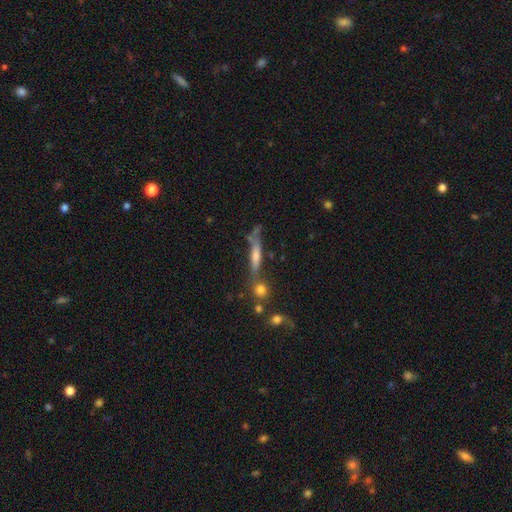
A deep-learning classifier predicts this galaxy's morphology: A featured or disk galaxy (58%) viewed edge-on (80%).

Vote fractions:
- Smooth or featured? featured or disk: 58% / smooth: 25% / star or artifact: 17%
- Edge-on disk? yes: 80% / no: 20%
- Merging? none: 51% / merger: 23% / minor disturbance: 15% / major disturbance: 11%